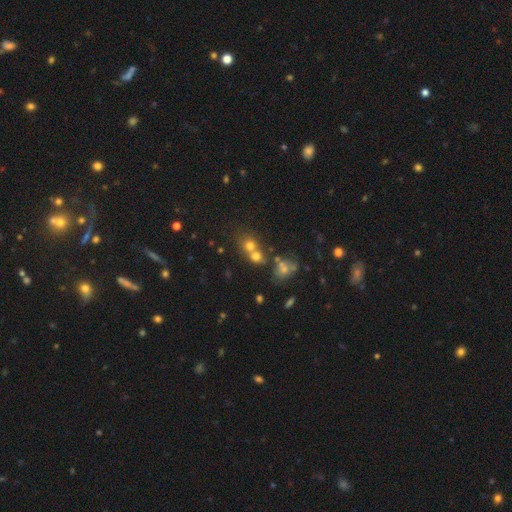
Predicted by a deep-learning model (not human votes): smooth_or_featured: smooth (p=0.61) [alt: star or artifact p=0.23]
how_rounded: round (p=0.75) [alt: in between p=0.23]
merging: merger (p=0.47) [alt: none p=0.42]